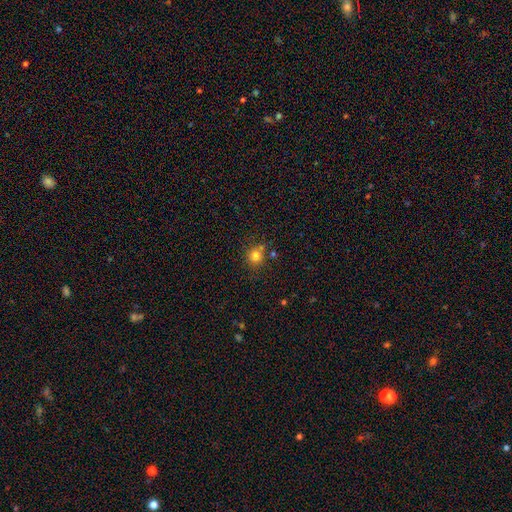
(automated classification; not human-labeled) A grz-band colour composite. It shows a smooth galaxy with no disk features (80%) that is round (89%). Merging: none (72%).